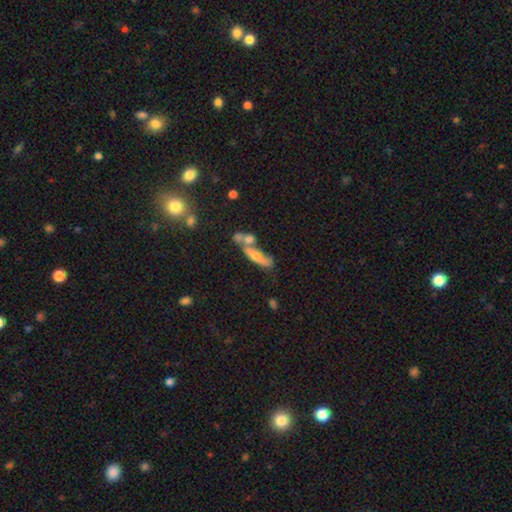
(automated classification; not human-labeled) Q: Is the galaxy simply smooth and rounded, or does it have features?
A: featured or disk — 45%.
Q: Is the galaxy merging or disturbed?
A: none — 43%.